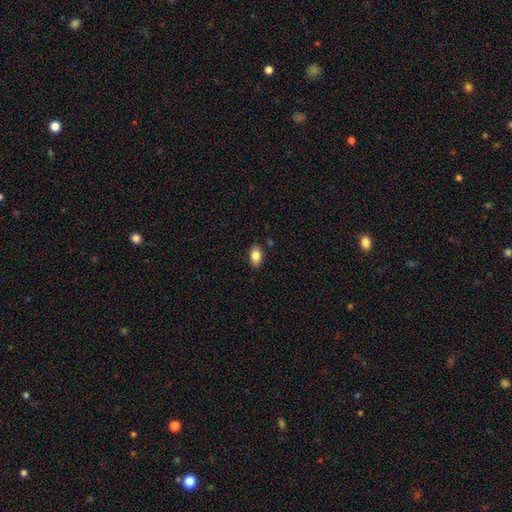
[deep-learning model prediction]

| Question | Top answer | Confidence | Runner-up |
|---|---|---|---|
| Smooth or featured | smooth | 83% | featured or disk (9%) |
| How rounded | in between | 90% | round (8%) |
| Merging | none | 86% | minor disturbance (10%) |